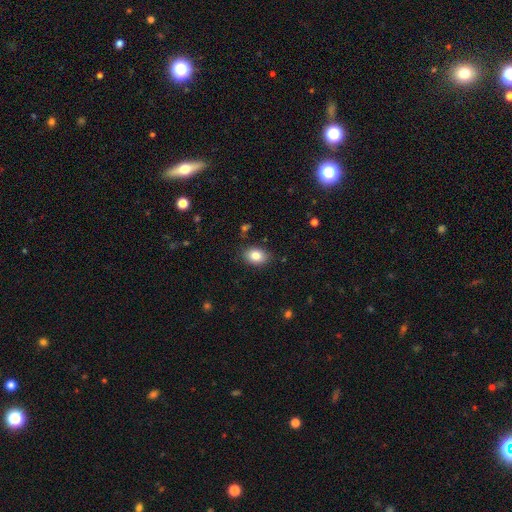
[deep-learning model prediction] Morphology: type=smooth (83%); roundness=in between (77%); merging=none (85%).